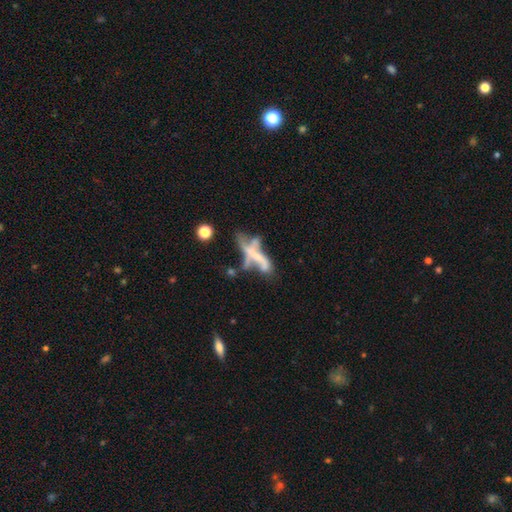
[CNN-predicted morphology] smooth_or_featured: featured or disk (p=0.57) [alt: smooth p=0.30]
disk_edge_on: no (p=0.65) [alt: yes p=0.35]
merging: merger (p=0.43) [alt: major disturbance p=0.25]